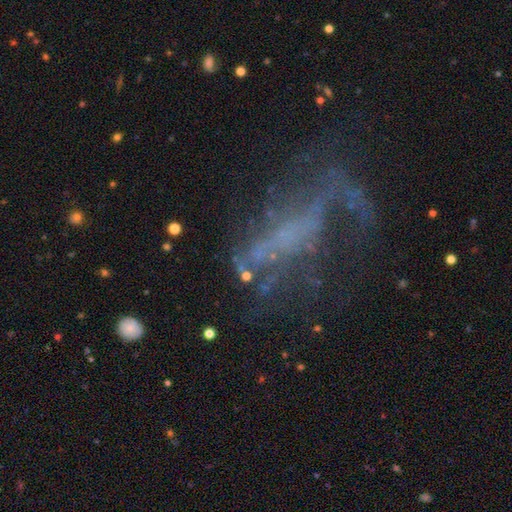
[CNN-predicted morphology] Smooth or featured? featured or disk (57%)
Edge-on disk? no (87%)
Merging? none (40%)